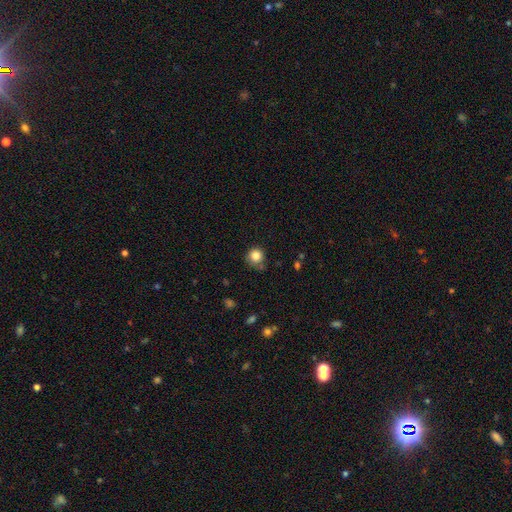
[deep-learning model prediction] smooth 84%, star or artifact 11%, featured or disk 6%. Down the decision tree: how rounded — round (91%); merging — none (69%).